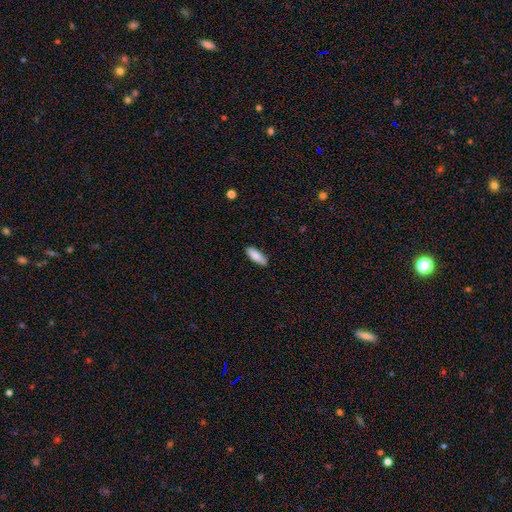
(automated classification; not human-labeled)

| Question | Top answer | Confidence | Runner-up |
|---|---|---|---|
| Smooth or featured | smooth | 85% | featured or disk (9%) |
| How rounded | in between | 61% | cigar-shaped (38%) |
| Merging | none | 87% | minor disturbance (10%) |